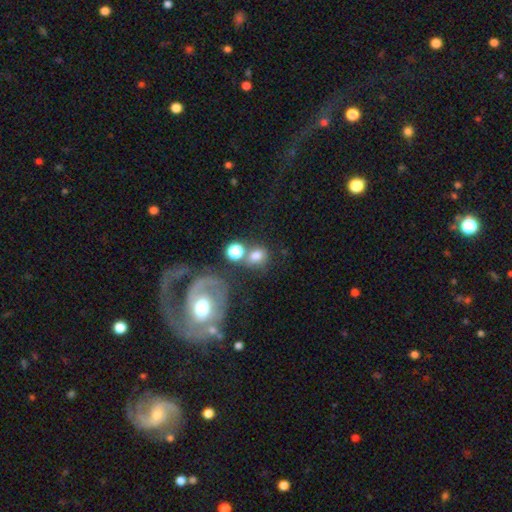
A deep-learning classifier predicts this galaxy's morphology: Smooth or featured? Predicted: smooth (p=0.68). How rounded? Predicted: round (p=0.60). Merging? Predicted: none (p=0.52).